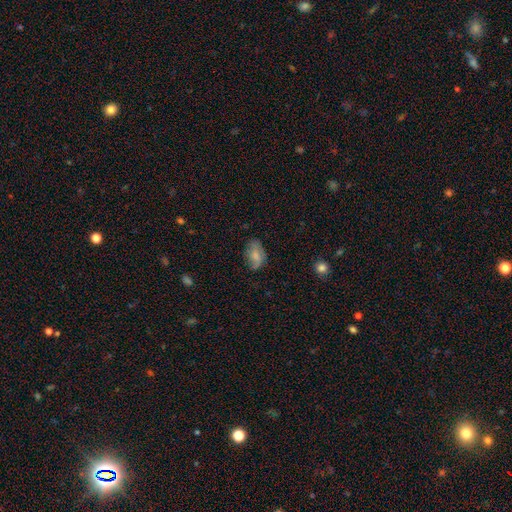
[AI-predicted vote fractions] Q: Smooth or featured?
A: smooth (69%); runner-up: featured or disk (23%)
Q: How rounded?
A: in between (89%); runner-up: round (9%)
Q: Merging?
A: none (61%); runner-up: minor disturbance (27%)